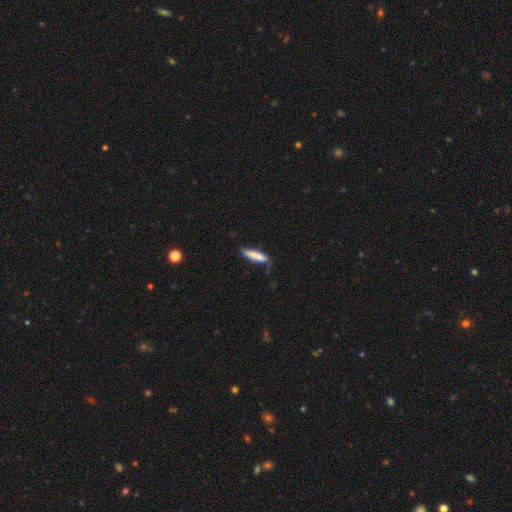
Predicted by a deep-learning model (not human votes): Smooth or featured? smooth (81%)
How rounded? cigar-shaped (76%)
Merging? none (59%)